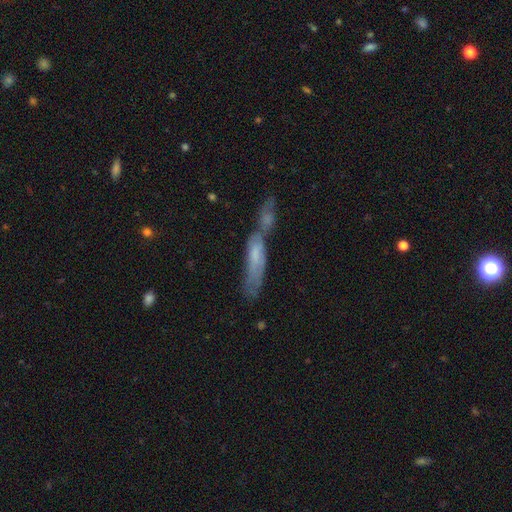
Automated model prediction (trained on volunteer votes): This appears to be a smooth galaxy with no disk features (51%) that is cigar-shaped (74%). Merging: merger (59%).